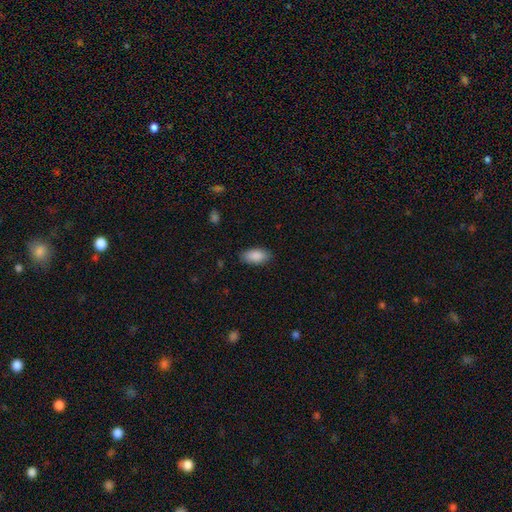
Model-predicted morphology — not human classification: Smooth or featured? Predicted: smooth (p=0.89). How rounded? Predicted: in between (p=0.91). Merging? Predicted: none (p=0.86).